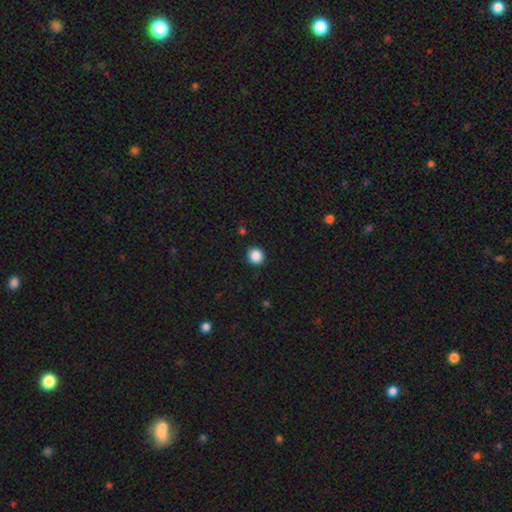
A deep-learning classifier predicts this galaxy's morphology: Smooth or featured? smooth (87%)
How rounded? round (87%)
Merging? none (91%)